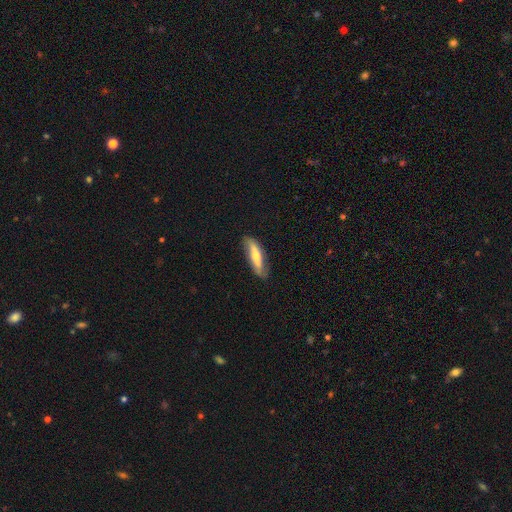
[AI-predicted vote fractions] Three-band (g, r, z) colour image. It shows a smooth galaxy with no disk features (54%) that is cigar-shaped (64%). Merging: none (74%).